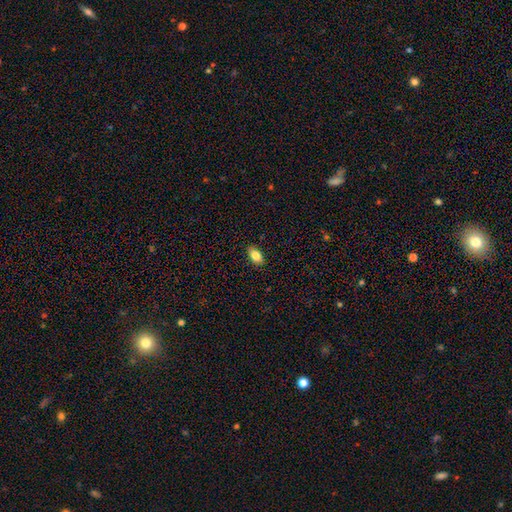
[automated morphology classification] This appears to be a smooth galaxy with no disk features (85%) that is in between round and cigar-shaped (89%). Merging: none (87%).